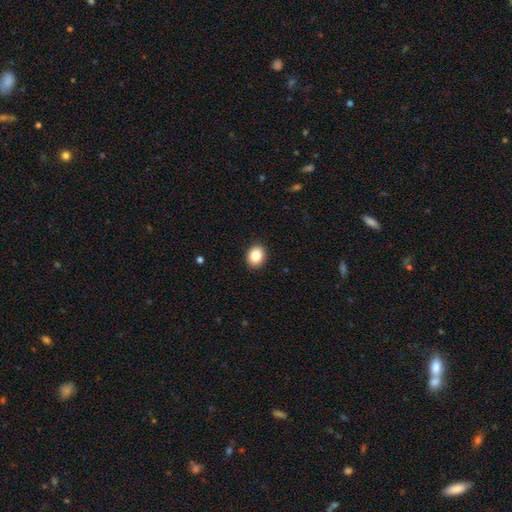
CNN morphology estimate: This is clearly a smooth galaxy (87%). How rounded: possibly round (56%). Merging: clearly none (91%).